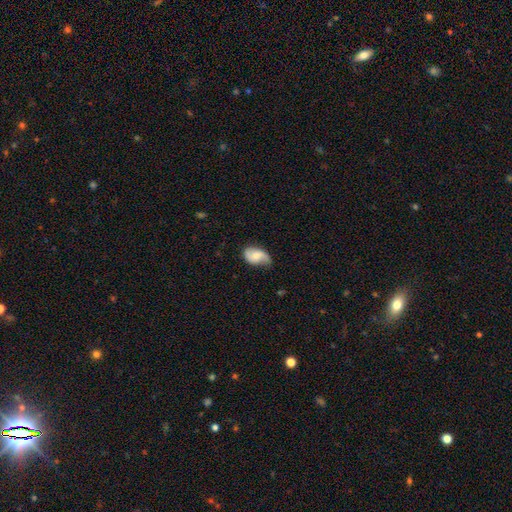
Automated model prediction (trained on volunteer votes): This is possibly a featured or disk galaxy (47%). Merging: possibly none (55%).